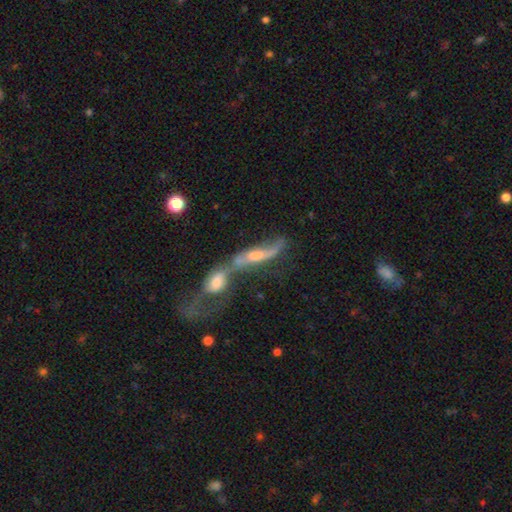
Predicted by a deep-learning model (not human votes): This appears to be a featured or disk galaxy (67%). Merging: merger (71%).